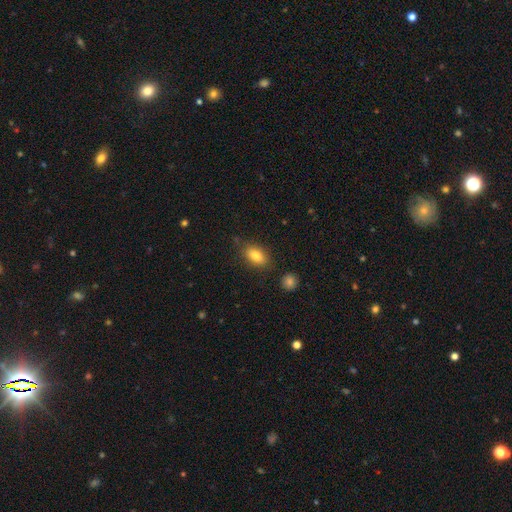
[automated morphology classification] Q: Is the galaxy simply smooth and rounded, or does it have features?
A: smooth — 83%.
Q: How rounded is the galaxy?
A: in between — 88%.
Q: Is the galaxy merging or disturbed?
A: none — 79%.